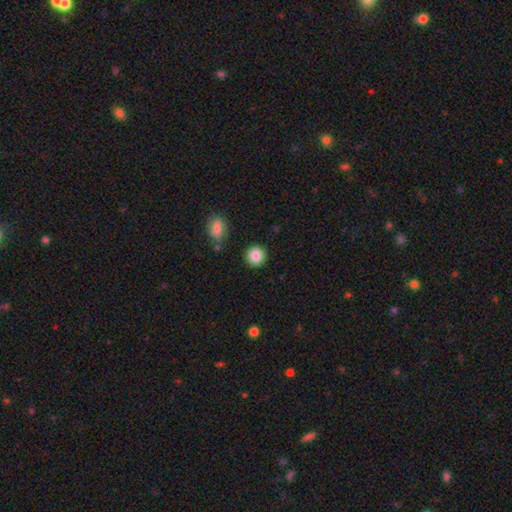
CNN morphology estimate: smooth 87%, star or artifact 8%, featured or disk 5%. Down the decision tree: how rounded — round (90%); merging — none (87%).